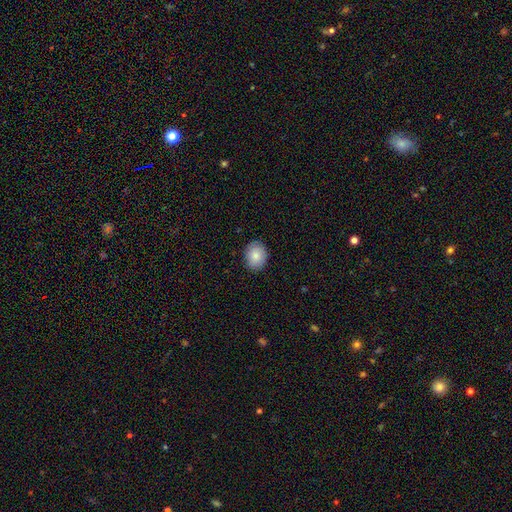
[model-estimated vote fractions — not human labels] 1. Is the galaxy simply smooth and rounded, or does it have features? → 84% smooth, 8% featured or disk, 8% star or artifact.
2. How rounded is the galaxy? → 52% round, 47% in between, 1% cigar-shaped.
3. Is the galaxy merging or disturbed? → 87% none, 10% minor disturbance, 2% major disturbance, 1% merger.